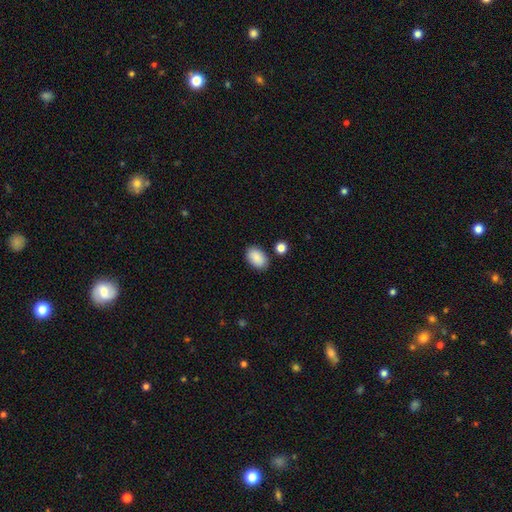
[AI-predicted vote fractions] Smooth or featured?
  - smooth: 89% *
  - star or artifact: 7%
  - featured or disk: 5%
How rounded?
  - in between: 90% *
  - round: 9%
  - cigar-shaped: 1%
Merging?
  - none: 83% *
  - minor disturbance: 11%
  - merger: 4%
  - major disturbance: 2%